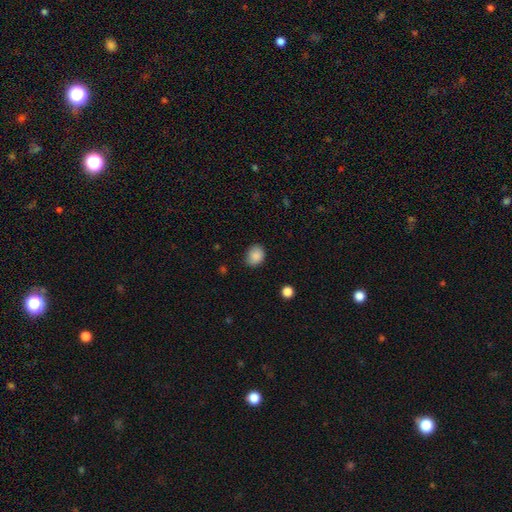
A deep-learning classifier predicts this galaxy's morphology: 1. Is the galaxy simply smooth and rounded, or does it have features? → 87% smooth, 9% star or artifact, 5% featured or disk.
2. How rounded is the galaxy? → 56% round, 43% in between, 1% cigar-shaped.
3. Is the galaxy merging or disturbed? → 73% none, 21% minor disturbance, 4% major disturbance, 1% merger.